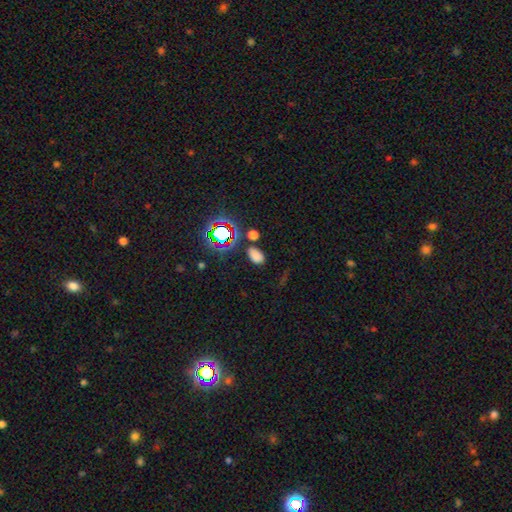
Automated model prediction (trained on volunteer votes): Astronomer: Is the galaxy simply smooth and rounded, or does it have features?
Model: smooth — 71%.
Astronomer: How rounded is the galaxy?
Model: in between — 89%.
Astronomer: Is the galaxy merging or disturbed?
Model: none — 76%.